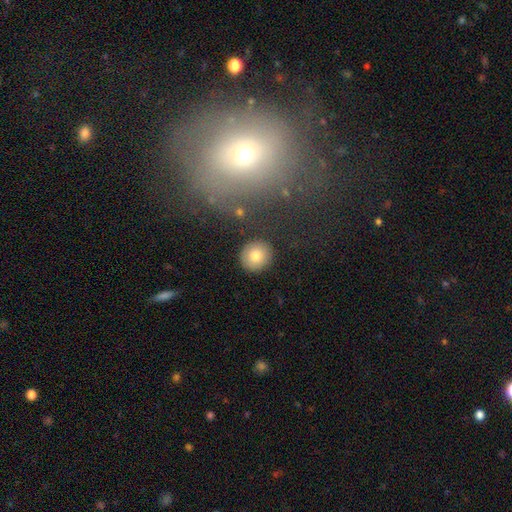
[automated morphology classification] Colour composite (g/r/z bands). It shows a smooth galaxy with no disk features (79%) that is round (87%). Merging: none (89%).